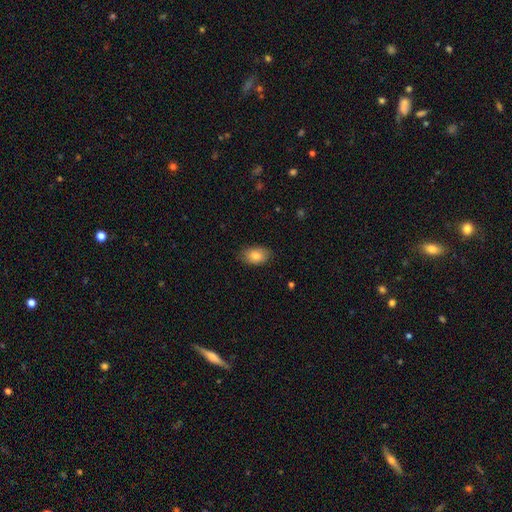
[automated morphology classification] Smooth or featured? smooth (84%)
How rounded? in between (90%)
Merging? none (82%)